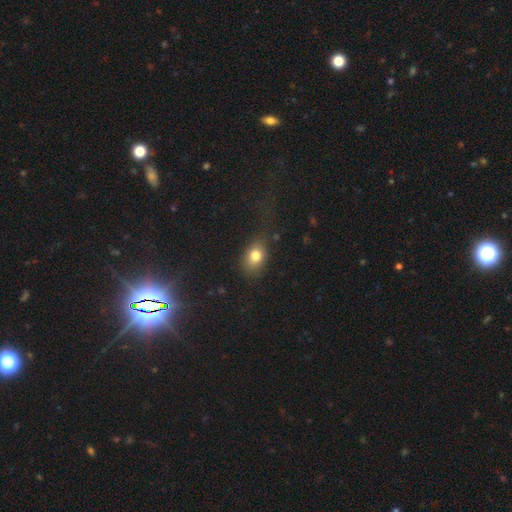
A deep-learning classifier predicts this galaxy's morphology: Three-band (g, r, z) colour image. It shows a smooth galaxy with no disk features (79%) that is in between round and cigar-shaped (69%). Merging: none (65%).